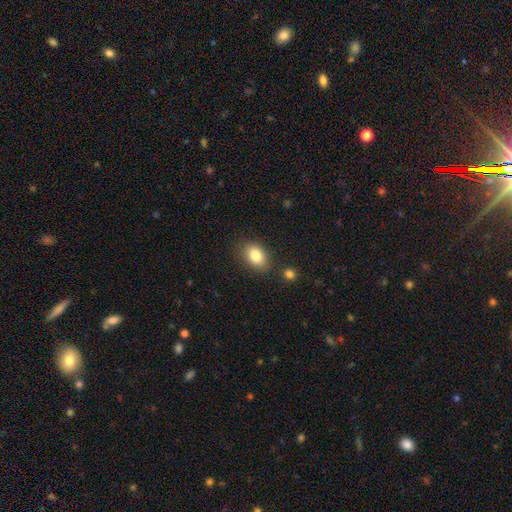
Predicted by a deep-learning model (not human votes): Smooth or featured? smooth (83%)
How rounded? in between (79%)
Merging? none (82%)